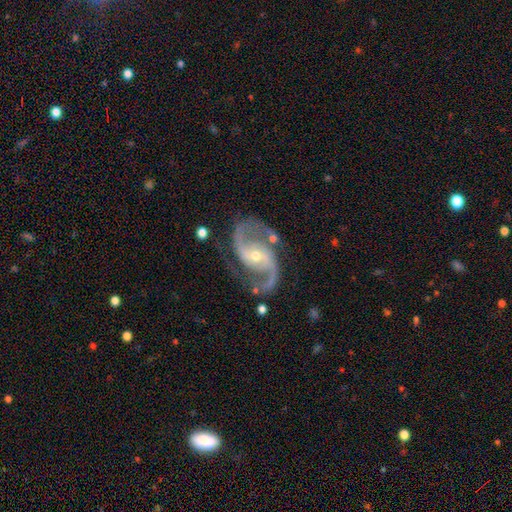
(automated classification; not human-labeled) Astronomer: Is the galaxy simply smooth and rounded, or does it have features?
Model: featured or disk — 93%.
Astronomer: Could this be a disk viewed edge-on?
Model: no — 98%.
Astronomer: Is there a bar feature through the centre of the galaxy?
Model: no — 43% (runner-up: weak, 39%).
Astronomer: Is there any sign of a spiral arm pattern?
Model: yes — 98%.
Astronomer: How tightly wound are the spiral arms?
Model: medium — 60%.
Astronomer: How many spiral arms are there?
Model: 2 — 93%.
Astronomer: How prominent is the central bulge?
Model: small — 55% (runner-up: moderate, 42%).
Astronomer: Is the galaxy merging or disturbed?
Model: none — 74%.